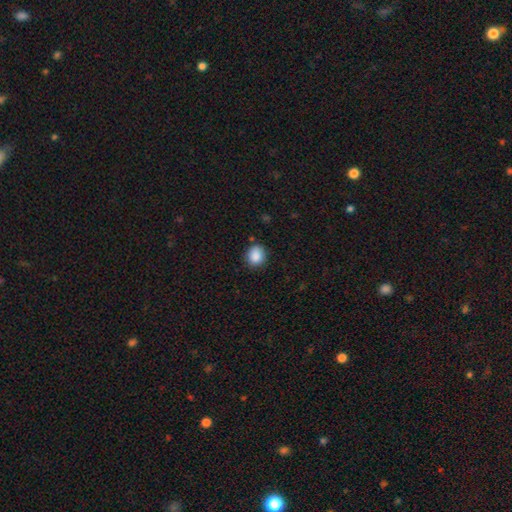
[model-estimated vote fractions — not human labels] smooth-or-featured: smooth: 88% | star or artifact: 9% | featured or disk: 4%
  how-rounded: round: 65% | in between: 34% | cigar-shaped: 1%
  merging: none: 81% | minor disturbance: 14% | major disturbance: 3% | merger: 2%